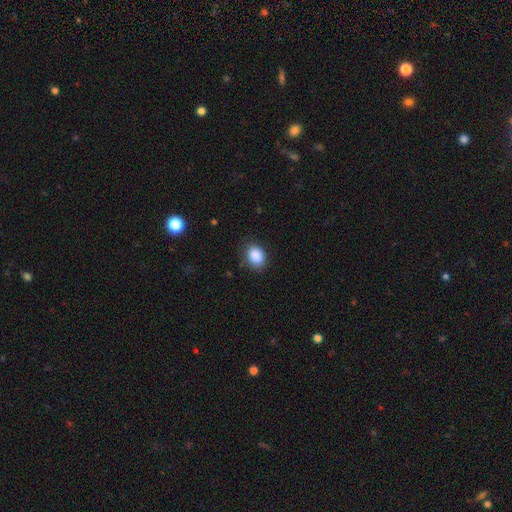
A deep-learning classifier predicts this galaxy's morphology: Smooth or featured: smooth — 89% (star or artifact — 8%)
How rounded: in between — 68% (round — 31%)
Merging: none — 81% (minor disturbance — 14%)